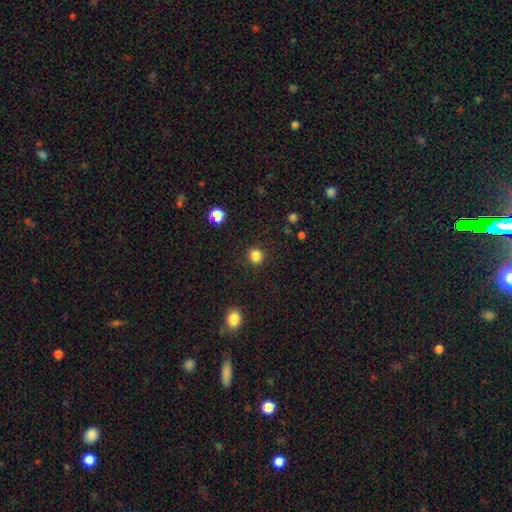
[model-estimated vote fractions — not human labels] Morphology: type=smooth (84%); roundness=round (86%); merging=none (90%).